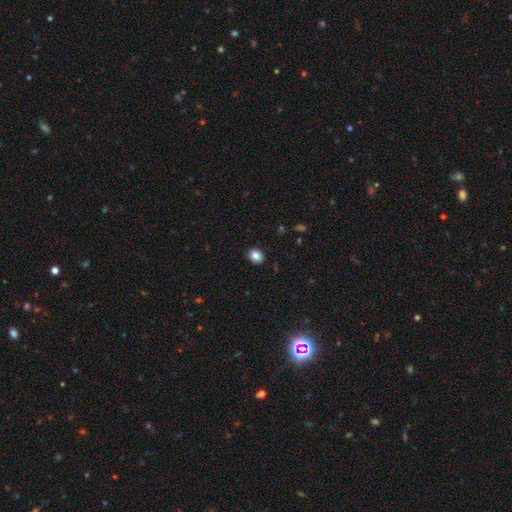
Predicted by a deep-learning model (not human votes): This is clearly a smooth galaxy (84%). How rounded: likely round (62%). Merging: clearly none (91%).